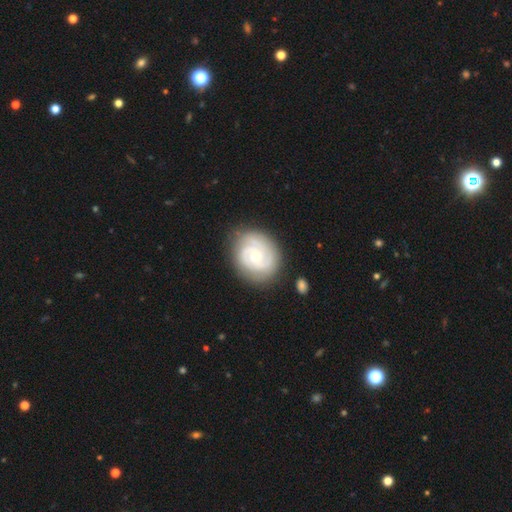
featured or disk 95%, smooth 2%, star or artifact 2%. Down the decision tree: edge-on disk — no (97%); bar — no (76%); spiral arms — yes (97%); spiral arm count — 3 (44%); spiral winding — tight (75%); bulge size — small (59%); merging — none (85%).